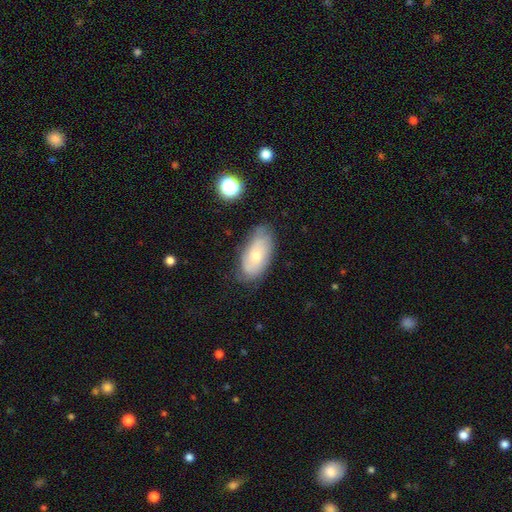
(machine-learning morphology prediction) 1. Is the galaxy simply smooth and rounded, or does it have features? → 55% smooth, 37% featured or disk, 8% star or artifact.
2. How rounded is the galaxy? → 91% in between, 5% round, 4% cigar-shaped.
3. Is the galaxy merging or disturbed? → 68% none, 24% minor disturbance, 6% major disturbance, 2% merger.